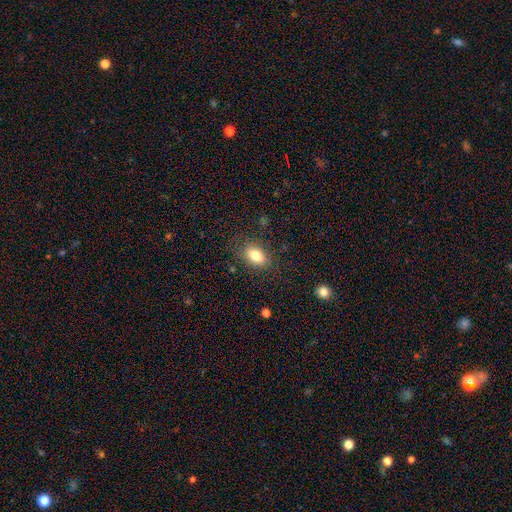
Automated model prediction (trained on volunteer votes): Q: Smooth or featured?
A: smooth (81%); runner-up: featured or disk (10%)
Q: How rounded?
A: in between (87%); runner-up: round (11%)
Q: Merging?
A: none (81%); runner-up: minor disturbance (13%)